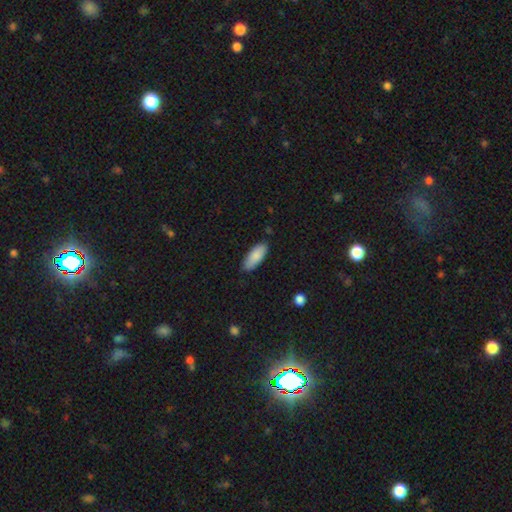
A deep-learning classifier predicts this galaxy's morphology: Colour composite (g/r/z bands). It shows a smooth galaxy with no disk features (87%) that is in between round and cigar-shaped (80%). Merging: none (84%).